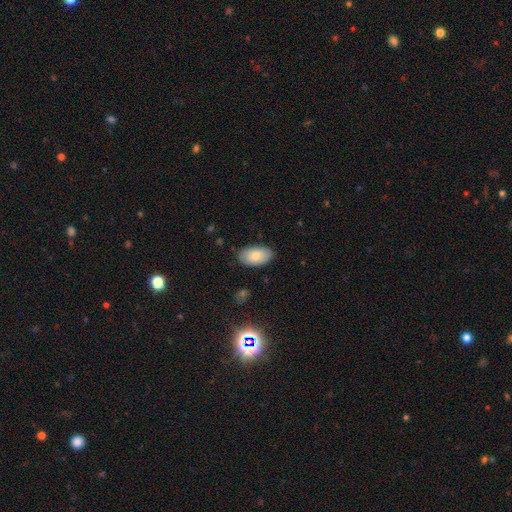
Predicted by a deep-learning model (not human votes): smooth 76%, featured or disk 18%, star or artifact 7%. Down the decision tree: how rounded — in between (95%); merging — none (84%).